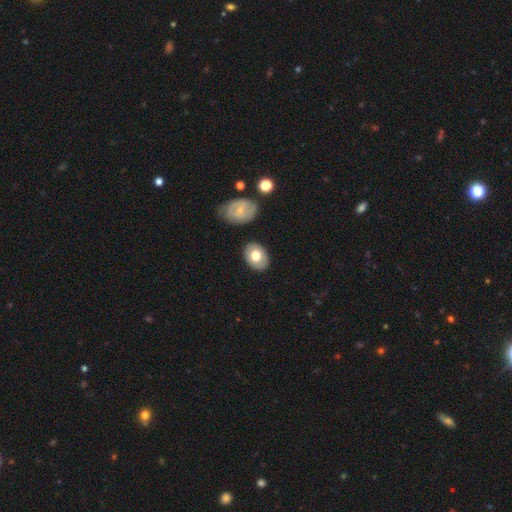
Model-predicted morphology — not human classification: smooth_or_featured: smooth (p=0.65) [alt: featured or disk p=0.28]
how_rounded: in between (p=0.72) [alt: round p=0.27]
merging: none (p=0.83) [alt: minor disturbance p=0.11]